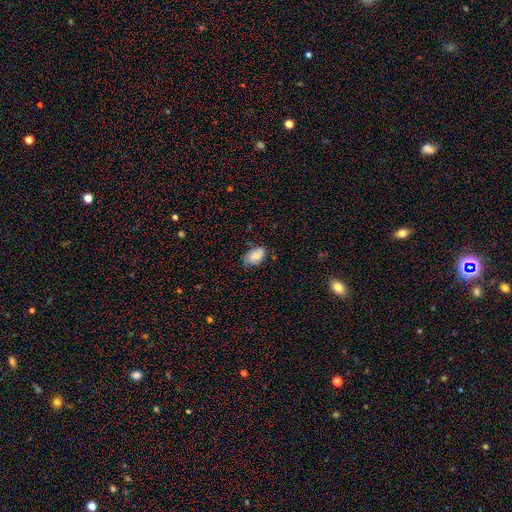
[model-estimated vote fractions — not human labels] smooth-or-featured: smooth: 71% | featured or disk: 20% | star or artifact: 8%
  how-rounded: in between: 88% | round: 11% | cigar-shaped: 1%
  merging: none: 73% | minor disturbance: 22% | major disturbance: 4% | merger: 1%